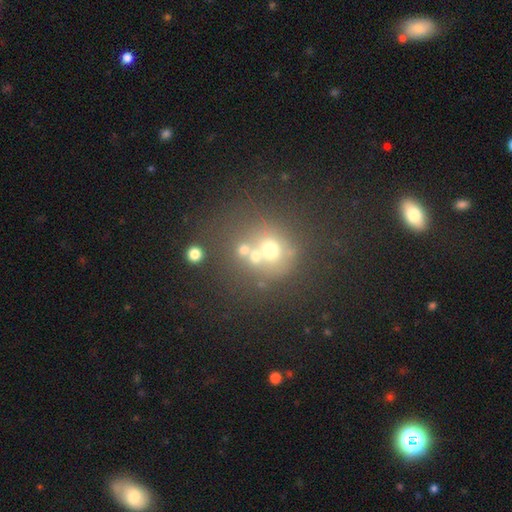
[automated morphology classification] Overall: smooth (57%; star or artifact 22%). How rounded: round (84%). Merging: none (48%; merger 36%).